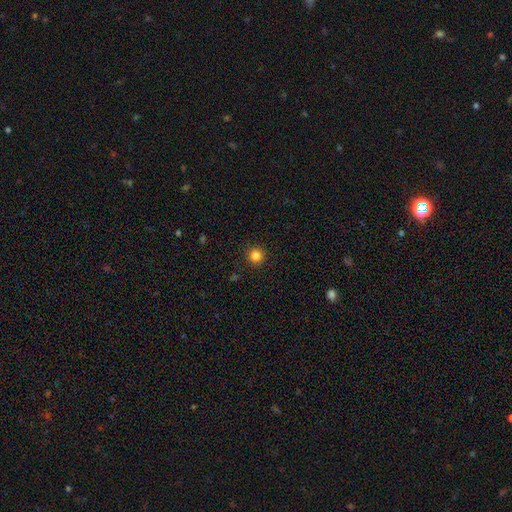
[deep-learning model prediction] A smooth galaxy with no disk features (83%) that is round (95%). Merging: none (92%).